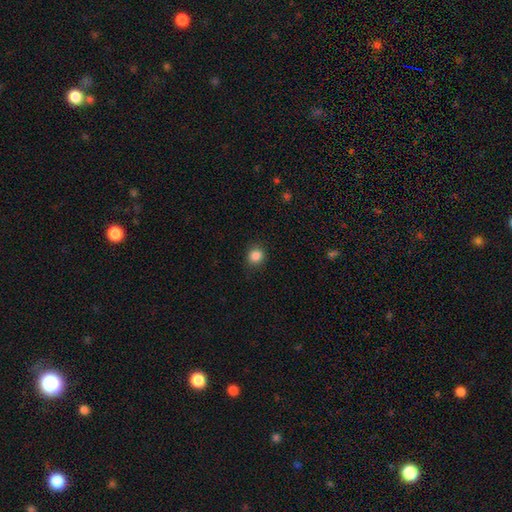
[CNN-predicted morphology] This is clearly a smooth galaxy (86%). How rounded: clearly round (84%). Merging: clearly none (89%).